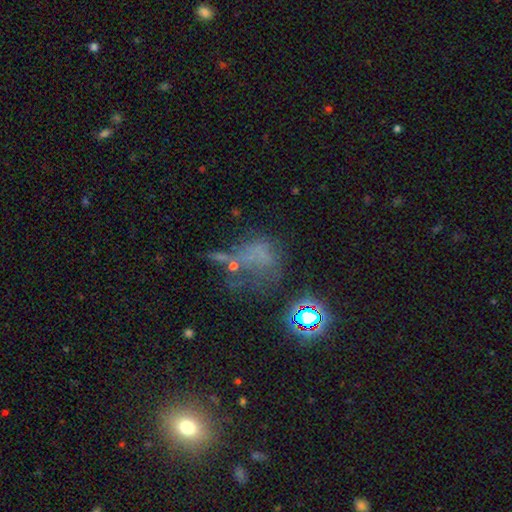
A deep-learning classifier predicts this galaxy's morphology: A star or artifact, not a galaxy (38%).